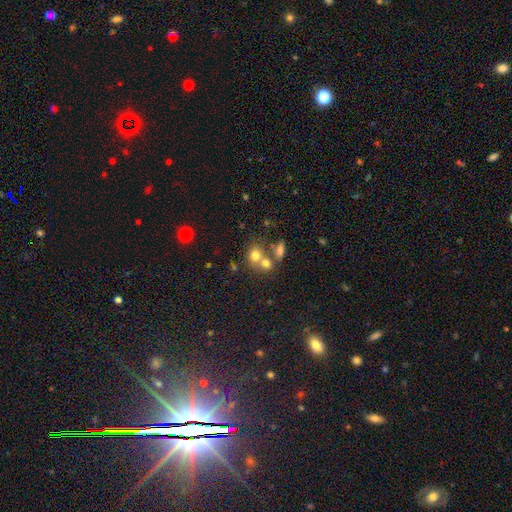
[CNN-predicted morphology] Smooth or featured? smooth (72%)
How rounded? round (65%)
Merging? merger (45%)